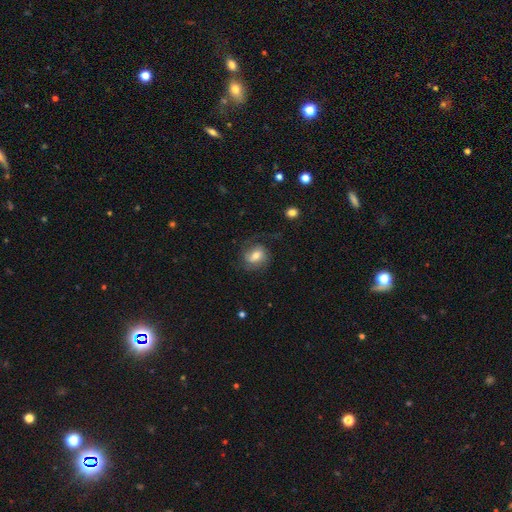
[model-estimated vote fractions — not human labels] smooth-or-featured: featured or disk: 56% | smooth: 36% | star or artifact: 8%
  disk-edge-on: no: 97% | yes: 3%
    bar: no: 44% | weak: 43% | strong: 14%
    has-spiral-arms: yes: 87% | no: 13%
    bulge-size: moderate: 64% | small: 22% | large: 11% | none: 2% | dominant: 2%
  merging: none: 63% | minor disturbance: 19% | major disturbance: 16% | merger: 2%